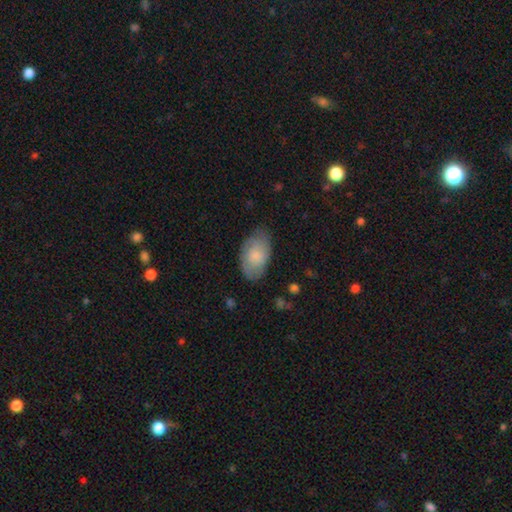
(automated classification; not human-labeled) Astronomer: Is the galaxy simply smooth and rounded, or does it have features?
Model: smooth — 73%.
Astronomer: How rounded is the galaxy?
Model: in between — 93%.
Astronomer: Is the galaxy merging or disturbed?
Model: none — 74%.